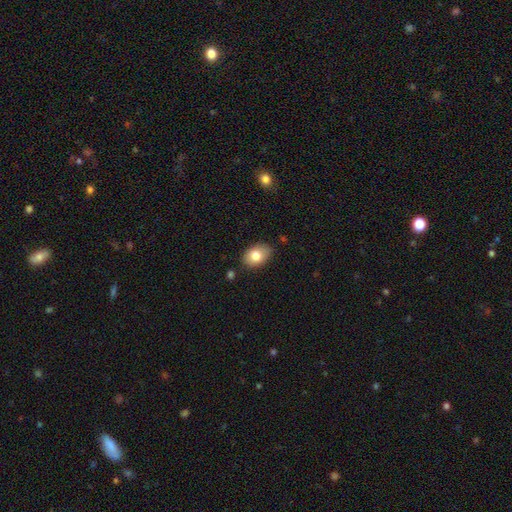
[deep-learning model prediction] A smooth galaxy with no disk features (80%) that is in between round and cigar-shaped (82%).

Vote fractions:
- Smooth or featured? smooth: 80% / featured or disk: 12% / star or artifact: 8%
- How rounded? in between: 82% / round: 17% / cigar-shaped: 1%
- Merging? none: 82% / minor disturbance: 14% / major disturbance: 2% / merger: 2%